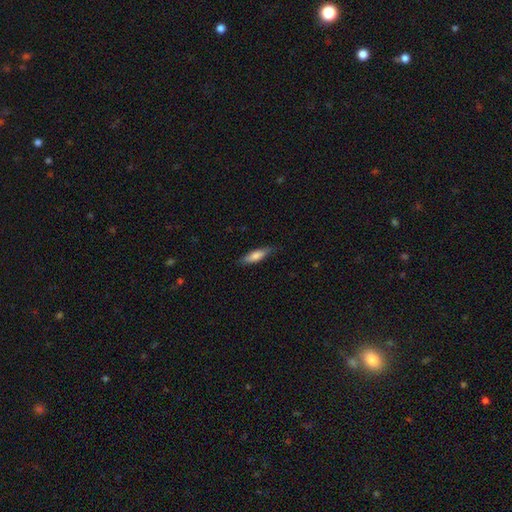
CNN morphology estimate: This is likely a smooth galaxy (73%). How rounded: likely cigar-shaped (62%). Merging: clearly none (80%).